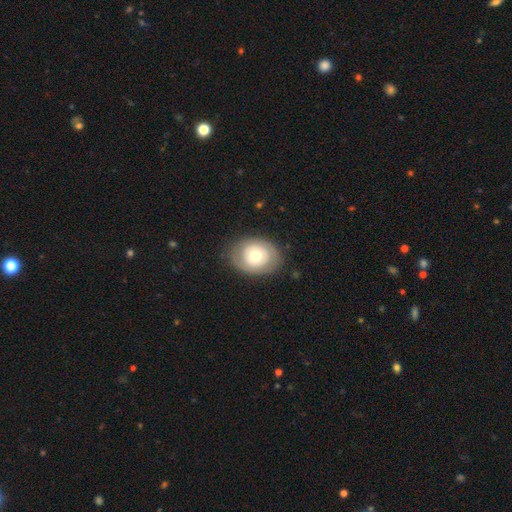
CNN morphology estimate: This appears to be a smooth galaxy with no disk features (50%). Merging: none (80%).